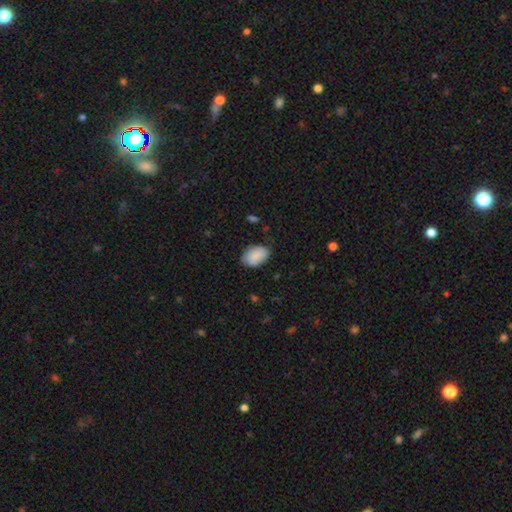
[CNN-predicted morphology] Overall: smooth (88%). How rounded: in between (89%). Merging: none (77%).